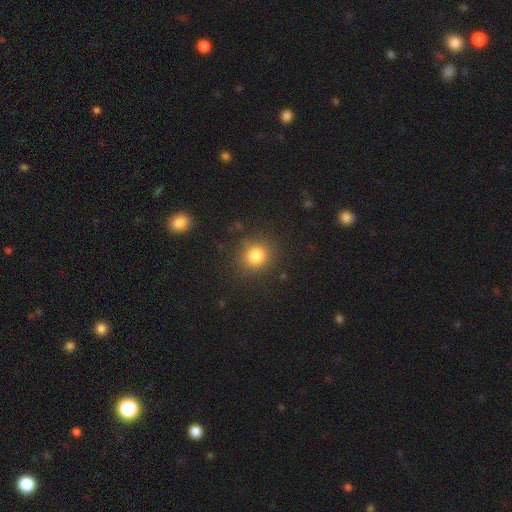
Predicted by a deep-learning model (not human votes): Overall: smooth (81%). How rounded: round (84%). Merging: none (84%).